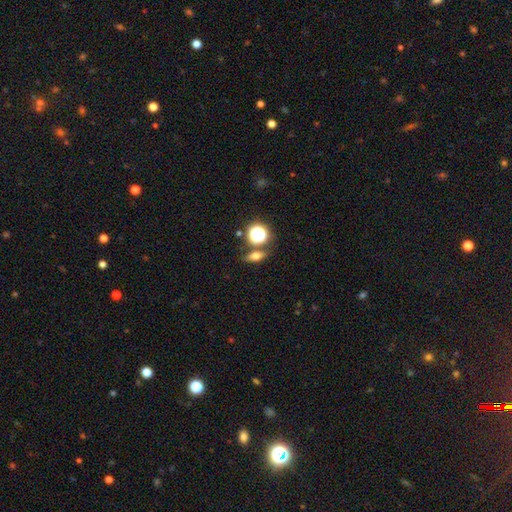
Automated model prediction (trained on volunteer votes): Smooth or featured: smooth — 59% (featured or disk — 23%)
How rounded: in between — 54% (round — 26%)
Merging: none — 75% (minor disturbance — 11%)